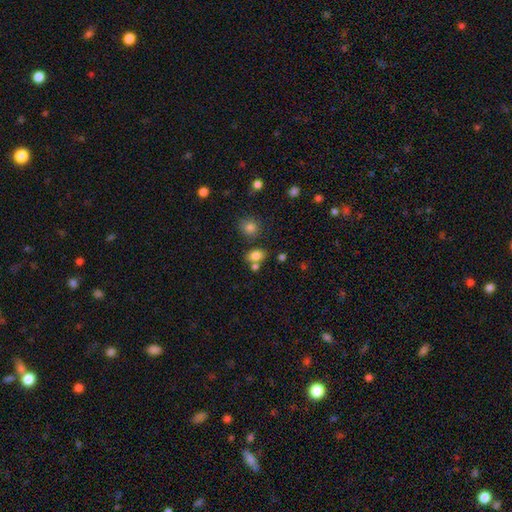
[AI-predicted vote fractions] This appears to be a smooth galaxy with no disk features (80%) that is in between round and cigar-shaped (65%). Merging: none (60%).